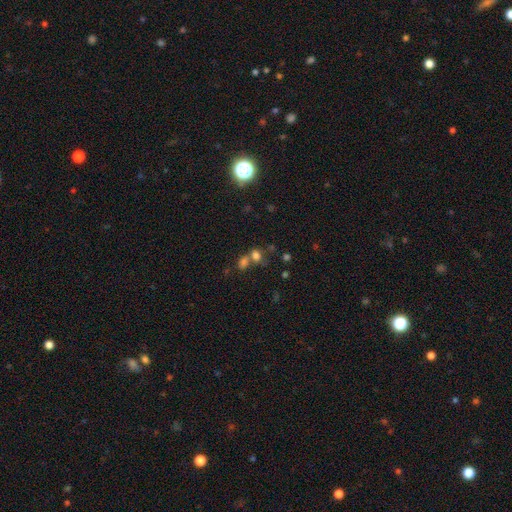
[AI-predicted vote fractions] smooth-or-featured: smooth: 72% | star or artifact: 17% | featured or disk: 10%
  how-rounded: in between: 58% | round: 41% | cigar-shaped: 2%
  merging: merger: 49% | none: 37% | minor disturbance: 9% | major disturbance: 5%